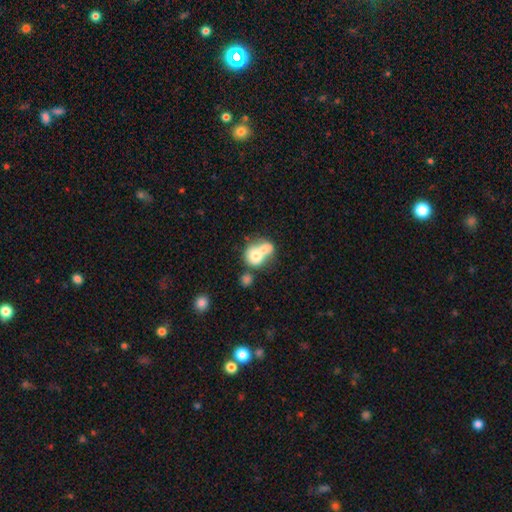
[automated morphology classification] Smooth or featured: smooth — 67% (featured or disk — 24%)
How rounded: round — 61% (in between — 38%)
Merging: merger — 68% (none — 19%)